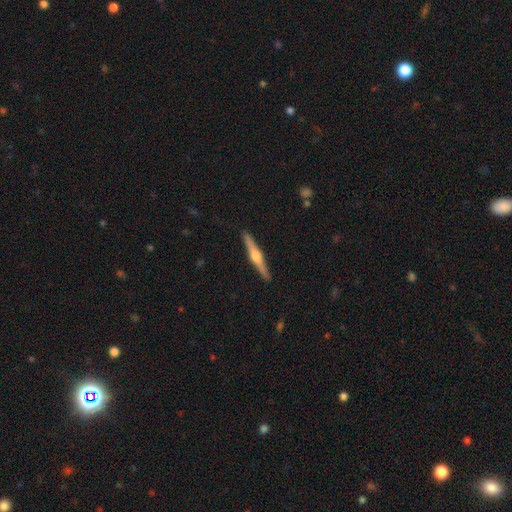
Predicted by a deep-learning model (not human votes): Morphology: type=featured or disk (76%); edge-on=yes (98%); edge-on bulge=rounded (93%); merging=none (92%).